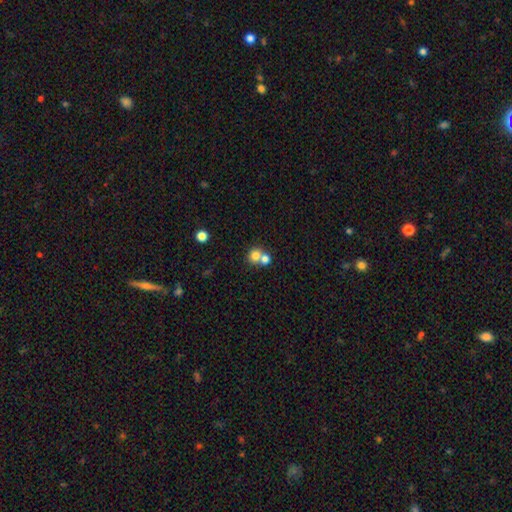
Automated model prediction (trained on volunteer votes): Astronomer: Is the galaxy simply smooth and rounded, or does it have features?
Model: smooth — 76%.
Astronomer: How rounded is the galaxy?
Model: round — 84%.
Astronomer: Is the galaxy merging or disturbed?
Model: merger — 53% (runner-up: none, 39%).